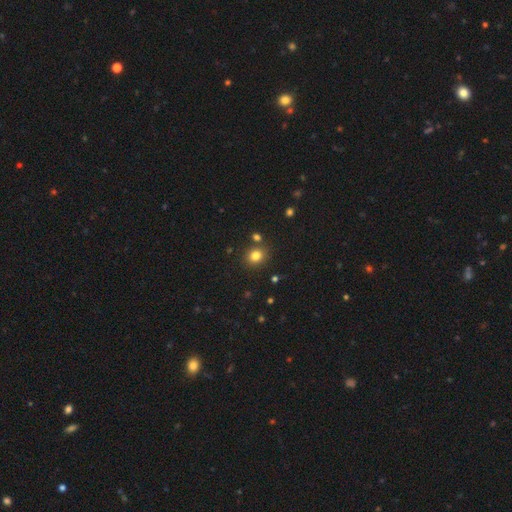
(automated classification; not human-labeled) smooth 81%, star or artifact 13%, featured or disk 6%. Down the decision tree: how rounded — round (70%); merging — none (81%).